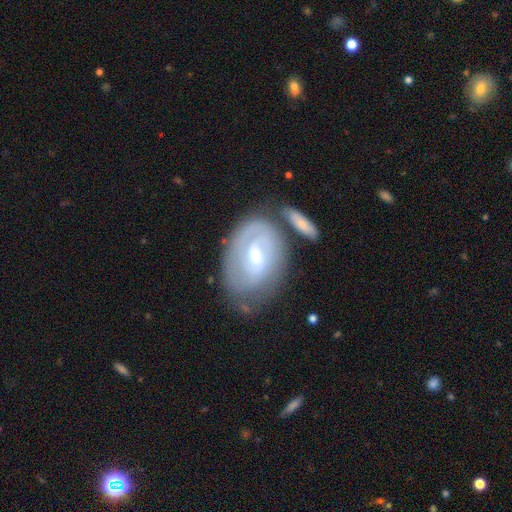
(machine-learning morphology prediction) smooth_or_featured: featured or disk (p=0.74) [alt: smooth p=0.20]
disk_edge_on: no (p=0.94) [alt: yes p=0.06]
bar: weak (p=0.56) [alt: no p=0.26]
has_spiral_arms: yes (p=0.85) [alt: no p=0.15]
spiral_winding: tight (p=0.64) [alt: medium p=0.27]
spiral_arm_count: can't tell (p=0.38) [alt: 2 p=0.37]
bulge_size: moderate (p=0.59) [alt: small p=0.31]
merging: none (p=0.57) [alt: minor disturbance p=0.21]